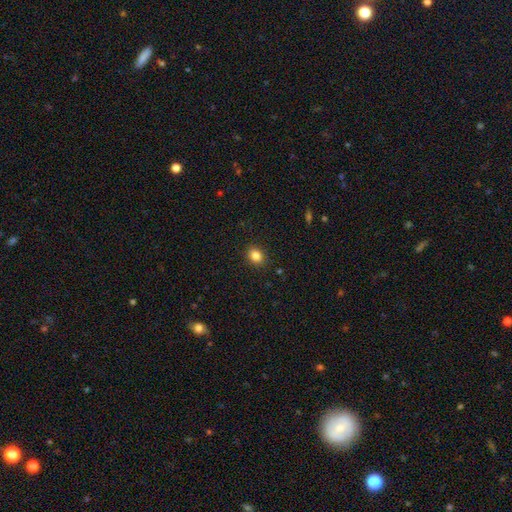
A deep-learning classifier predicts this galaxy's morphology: Overall: smooth (85%). How rounded: in between (57%; round 42%). Merging: none (89%).